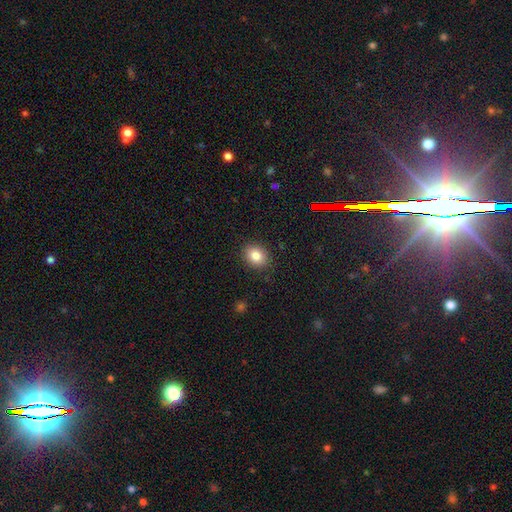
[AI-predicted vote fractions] Smooth or featured: smooth — 83% (star or artifact — 9%)
How rounded: in between — 52% (round — 47%)
Merging: none — 87% (minor disturbance — 9%)